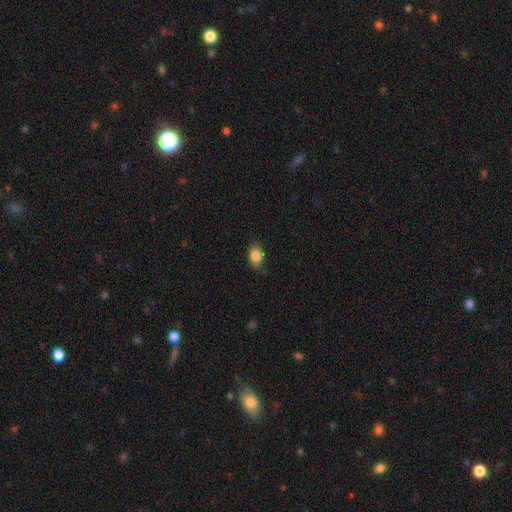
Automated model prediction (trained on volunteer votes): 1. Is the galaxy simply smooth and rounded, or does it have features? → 85% smooth, 8% star or artifact, 6% featured or disk.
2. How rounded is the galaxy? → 79% in between, 19% round, 2% cigar-shaped.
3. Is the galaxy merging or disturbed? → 78% none, 17% minor disturbance, 4% major disturbance, 1% merger.